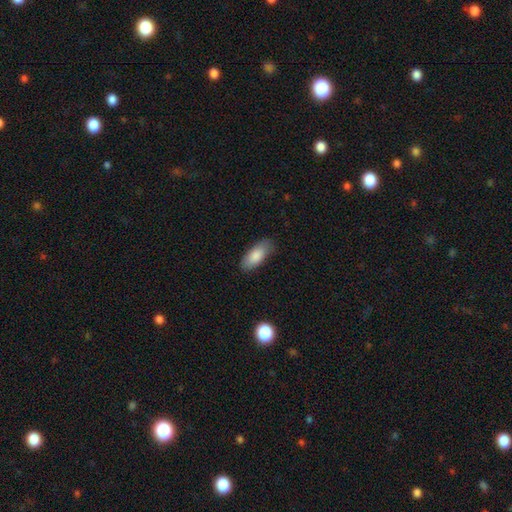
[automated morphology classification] This appears to be a smooth galaxy with no disk features (84%) that is in between round and cigar-shaped (82%). Merging: none (82%).